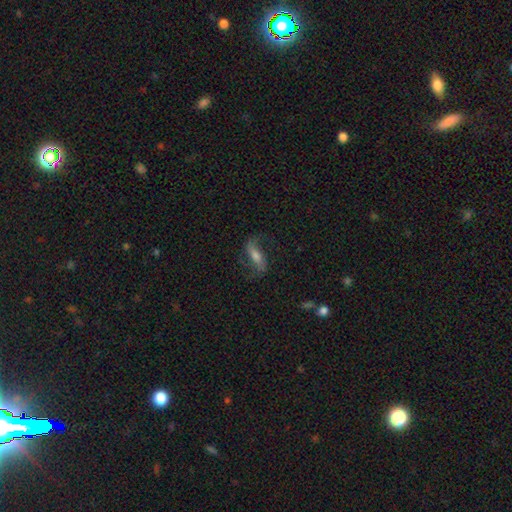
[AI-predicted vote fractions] Smooth or featured? featured or disk (65%)
Edge-on disk? no (85%)
Bar? strong (40%)
Spiral arms? yes (90%)
Bulge size? moderate (47%)
Merging? none (71%)